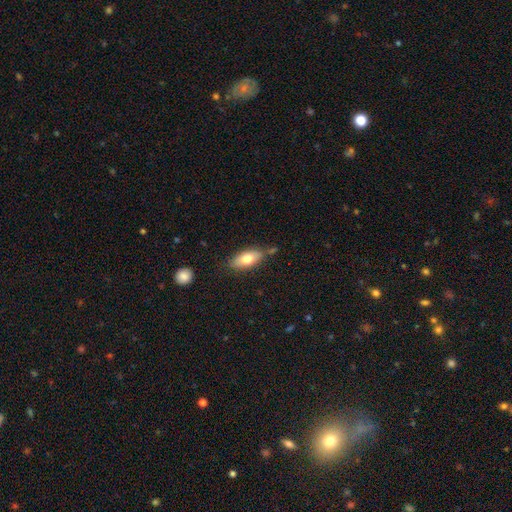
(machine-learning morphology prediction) type=smooth (71%); roundness=in between (83%); merging=none (73%).